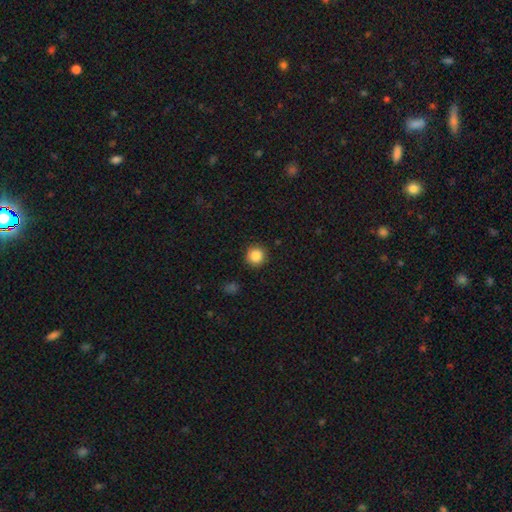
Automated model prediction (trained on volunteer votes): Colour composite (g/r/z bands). It shows a smooth galaxy with no disk features (87%) that is round (95%). Merging: none (91%).